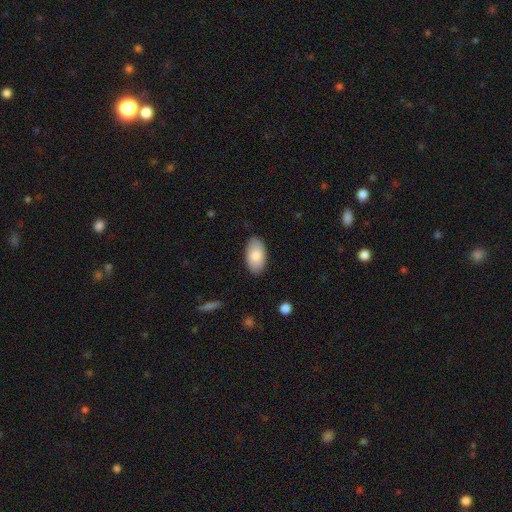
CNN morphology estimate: smooth-or-featured: smooth: 82% | featured or disk: 12% | star or artifact: 6%
  how-rounded: in between: 95% | round: 3% | cigar-shaped: 2%
  merging: none: 86% | minor disturbance: 11% | major disturbance: 2% | merger: 1%